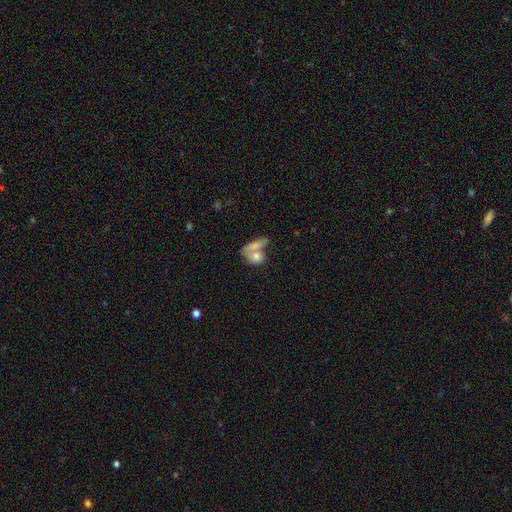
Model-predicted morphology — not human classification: type=smooth (73%); roundness=in between (67%); merging=merger (62%).